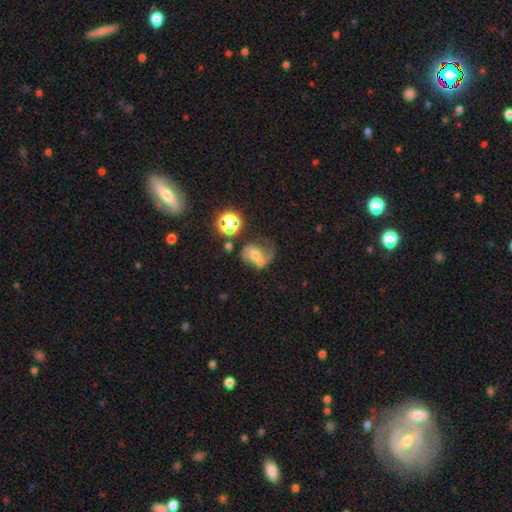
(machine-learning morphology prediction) smooth-or-featured: featured or disk: 53% | smooth: 32% | star or artifact: 15%
  disk-edge-on: no: 97% | yes: 3%
    bar: no: 67% | weak: 27% | strong: 7%
    has-spiral-arms: yes: 77% | no: 23%
    bulge-size: moderate: 48% | small: 34% | large: 9% | none: 8% | dominant: 2%
  merging: merger: 28% (tied) | none: 28% (tied) | major disturbance: 26% | minor disturbance: 18%